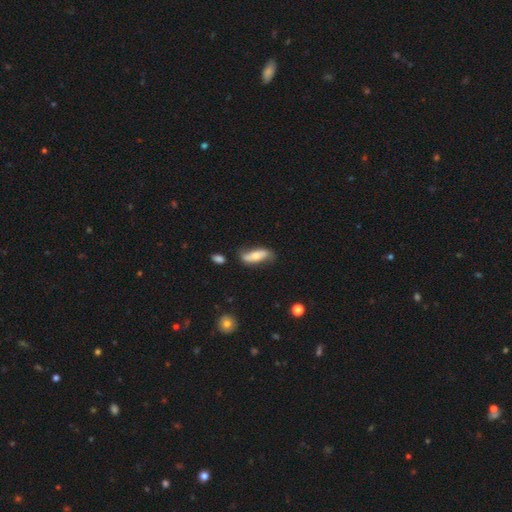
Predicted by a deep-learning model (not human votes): This appears to be a smooth galaxy with no disk features (48%). Merging: none (62%).